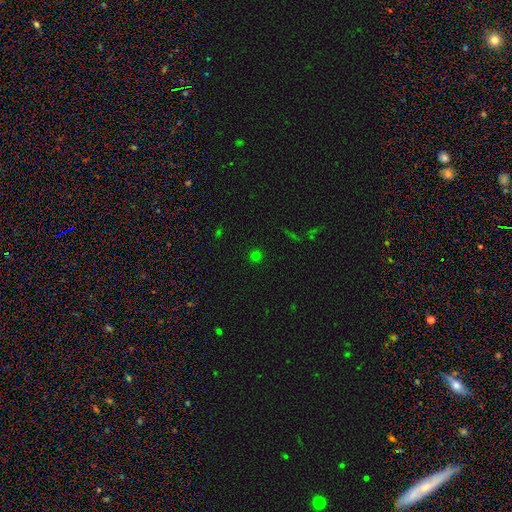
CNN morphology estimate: A smooth galaxy with no disk features (70%) that is round (94%).

Vote fractions:
- Smooth or featured? smooth: 70% / star or artifact: 25% / featured or disk: 5%
- How rounded? round: 94% / in between: 4% / cigar-shaped: 1%
- Merging? none: 92% / minor disturbance: 5% / major disturbance: 2% / merger: 1%